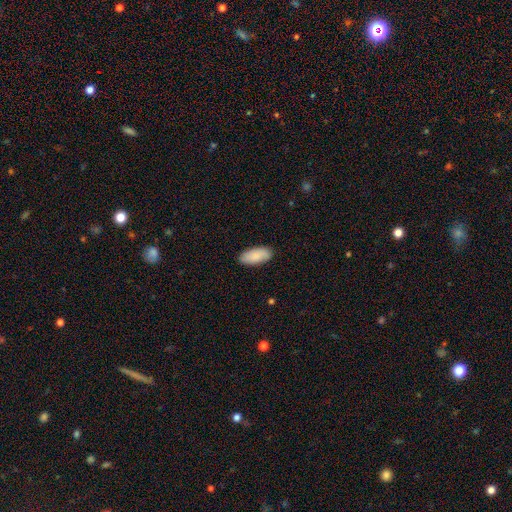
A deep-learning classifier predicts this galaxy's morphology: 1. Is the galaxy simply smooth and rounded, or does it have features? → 88% smooth, 7% featured or disk, 6% star or artifact.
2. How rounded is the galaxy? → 89% in between, 9% cigar-shaped, 2% round.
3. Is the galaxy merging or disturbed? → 87% none, 10% minor disturbance, 2% major disturbance, 1% merger.